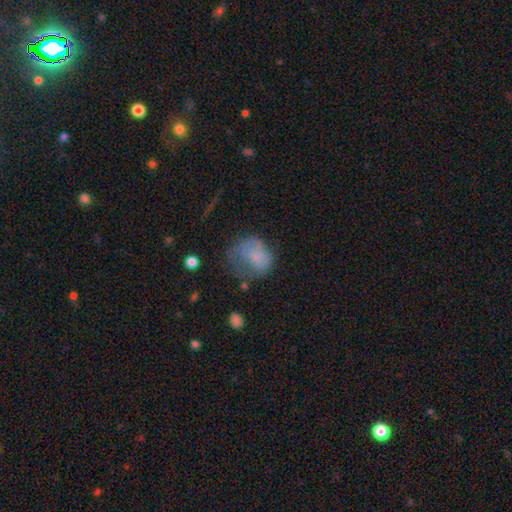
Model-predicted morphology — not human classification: Smooth or featured? Predicted: smooth (p=0.67). How rounded? Predicted: round (p=0.53). Merging? Predicted: major disturbance (p=0.39).